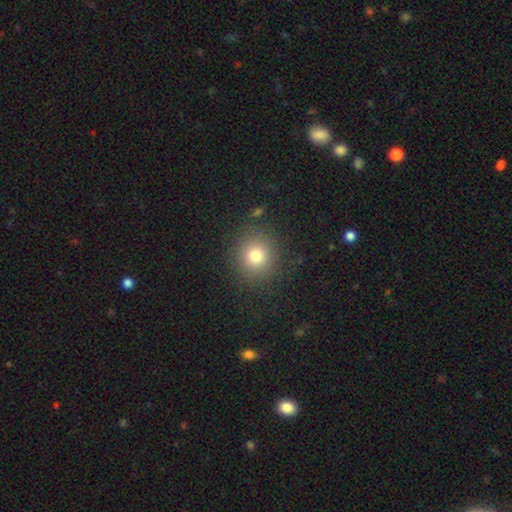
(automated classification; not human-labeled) Overall: smooth (76%). How rounded: round (90%). Merging: none (87%).